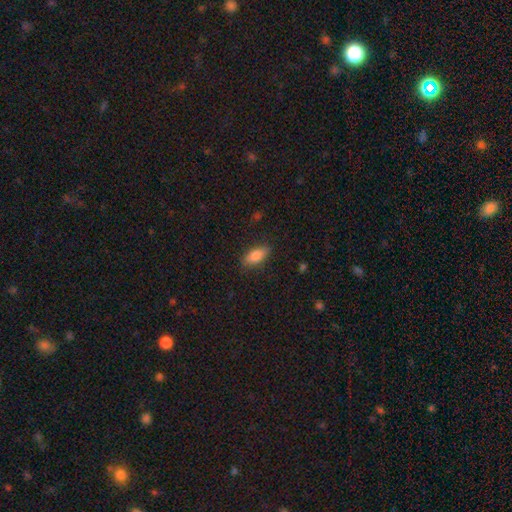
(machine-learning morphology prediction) This appears to be a smooth galaxy with no disk features (81%) that is in between round and cigar-shaped (79%). Merging: none (85%).